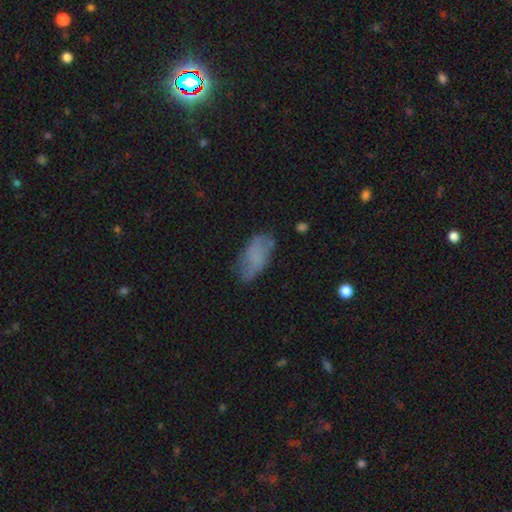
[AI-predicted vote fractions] Smooth or featured? smooth (66%)
How rounded? in between (92%)
Merging? none (63%)